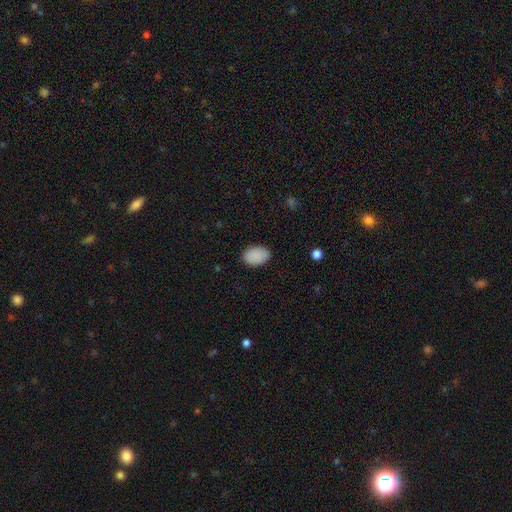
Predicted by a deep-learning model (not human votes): Smooth or featured: smooth — 90% (star or artifact — 7%)
How rounded: in between — 88% (round — 11%)
Merging: none — 88% (minor disturbance — 9%)